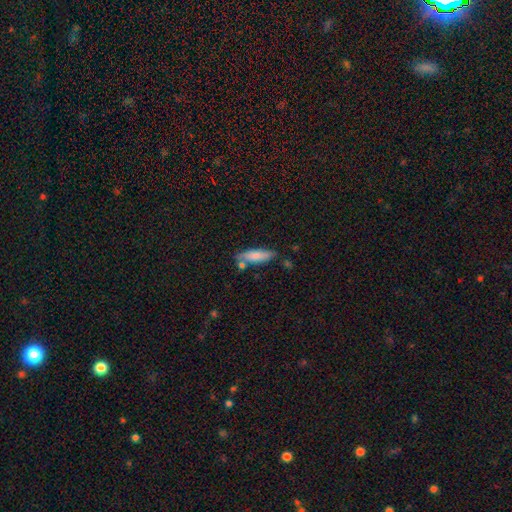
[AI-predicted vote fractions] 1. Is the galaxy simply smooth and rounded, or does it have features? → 77% smooth, 17% featured or disk, 6% star or artifact.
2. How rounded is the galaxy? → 58% cigar-shaped, 40% in between, 2% round.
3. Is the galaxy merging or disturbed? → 68% none, 18% minor disturbance, 10% merger, 4% major disturbance.